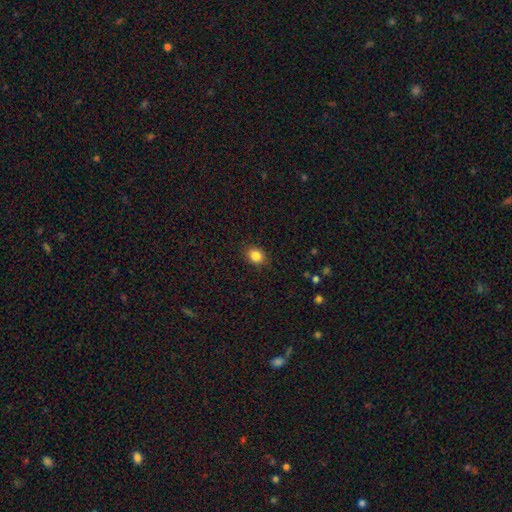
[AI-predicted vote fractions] A smooth galaxy with no disk features (85%) that is round (56%). Merging: none (87%).